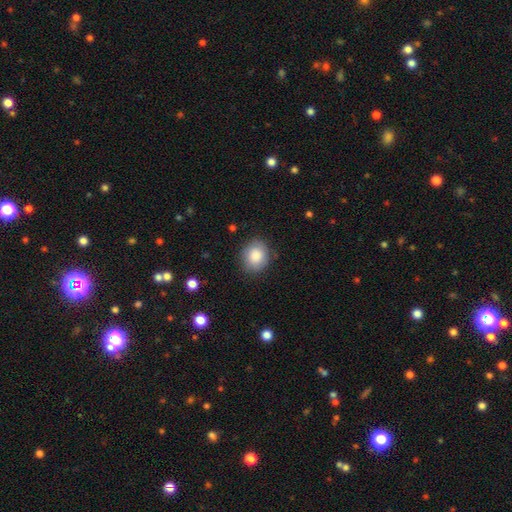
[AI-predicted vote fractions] This is clearly a smooth galaxy (87%). How rounded: likely round (69%). Merging: clearly none (84%).